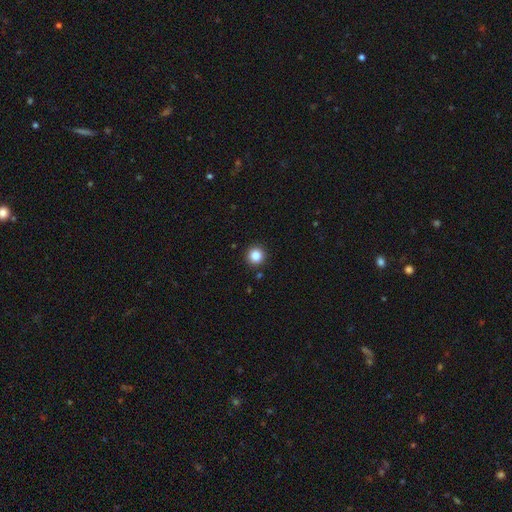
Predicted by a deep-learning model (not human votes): A smooth galaxy with no disk features (86%) that is round (95%). Merging: none (92%).